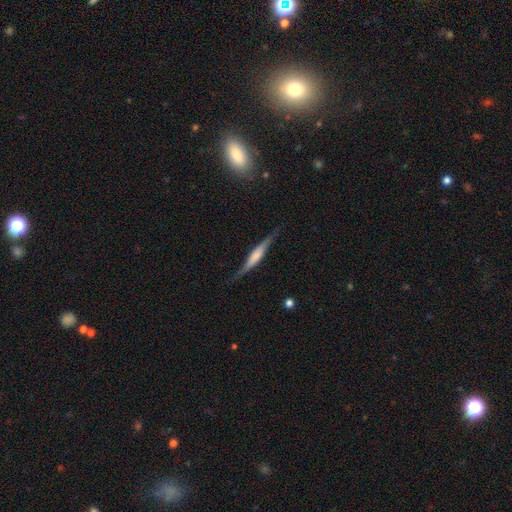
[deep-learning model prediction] Morphology: type=featured or disk (60%); edge-on=yes (92%); edge-on bulge=rounded (39%); merging=none (77%).